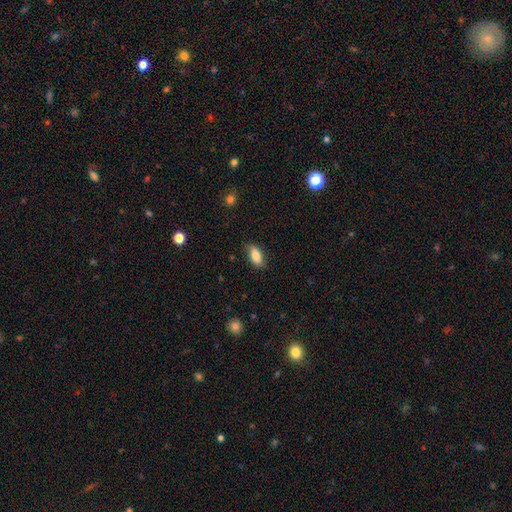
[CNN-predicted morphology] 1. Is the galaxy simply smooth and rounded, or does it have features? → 80% smooth, 13% featured or disk, 7% star or artifact.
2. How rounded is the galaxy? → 85% in between, 12% cigar-shaped, 3% round.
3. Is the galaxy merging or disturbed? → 79% none, 17% minor disturbance, 3% major disturbance, 1% merger.